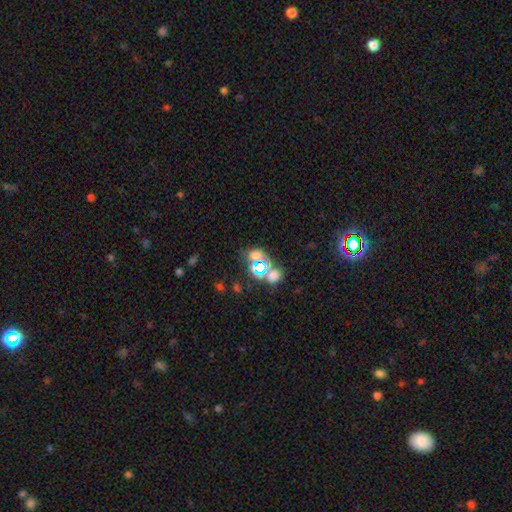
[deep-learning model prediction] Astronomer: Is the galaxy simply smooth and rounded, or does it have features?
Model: star or artifact — 48% (runner-up: smooth, 42%).